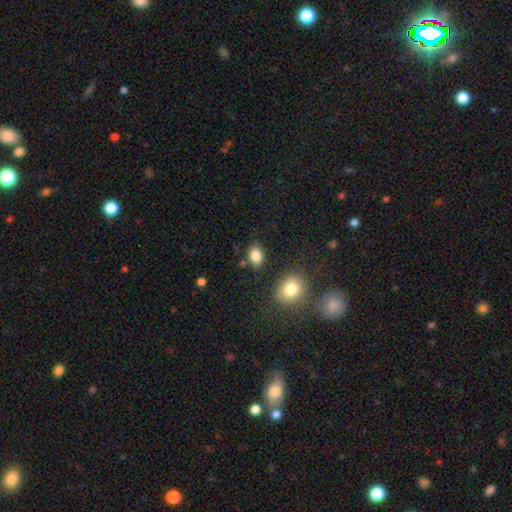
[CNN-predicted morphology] Smooth or featured? smooth (85%)
How rounded? in between (74%)
Merging? none (80%)